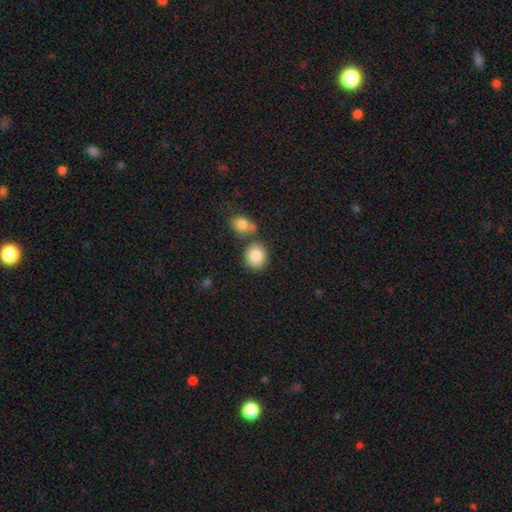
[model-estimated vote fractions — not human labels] Overall: smooth (86%). How rounded: round (74%). Merging: none (67%).